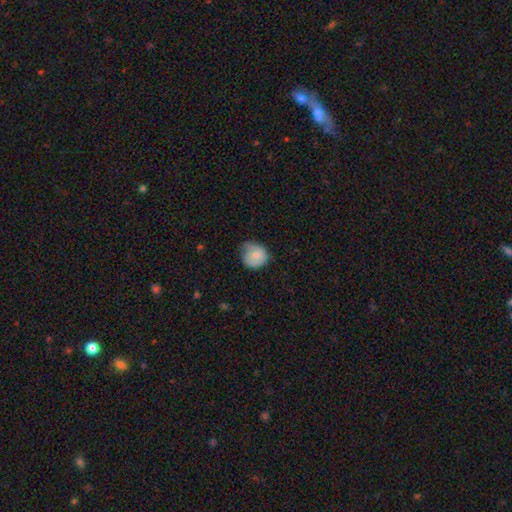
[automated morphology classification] smooth_or_featured: smooth (p=0.68) [alt: featured or disk p=0.25]
how_rounded: round (p=0.79) [alt: in between p=0.20]
merging: none (p=0.48) [alt: minor disturbance p=0.39]